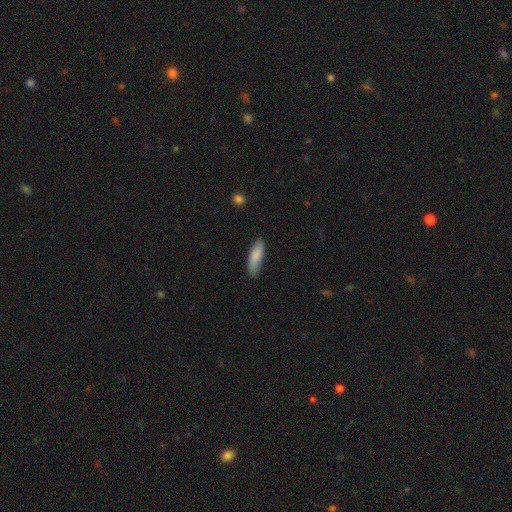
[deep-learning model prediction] A smooth galaxy with no disk features (84%) that is in between round and cigar-shaped (50%). Merging: none (76%).